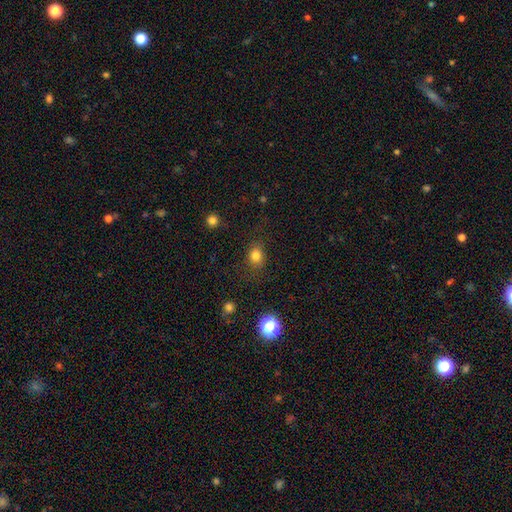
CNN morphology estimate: Overall: smooth (80%). How rounded: round (60%; in between 39%). Merging: none (79%).